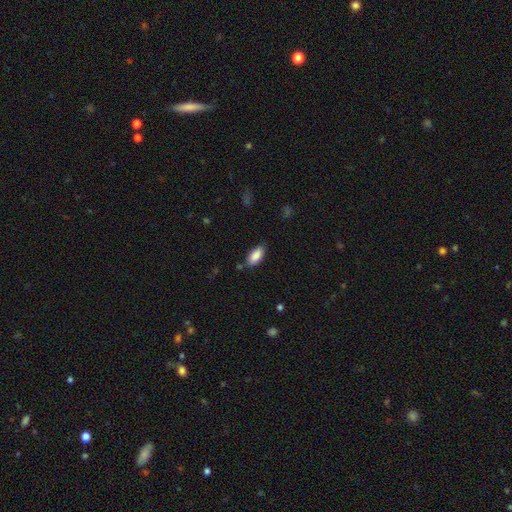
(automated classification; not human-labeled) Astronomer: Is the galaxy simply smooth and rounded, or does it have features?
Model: smooth — 88%.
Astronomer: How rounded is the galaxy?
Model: in between — 90%.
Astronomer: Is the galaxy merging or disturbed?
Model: none — 78%.